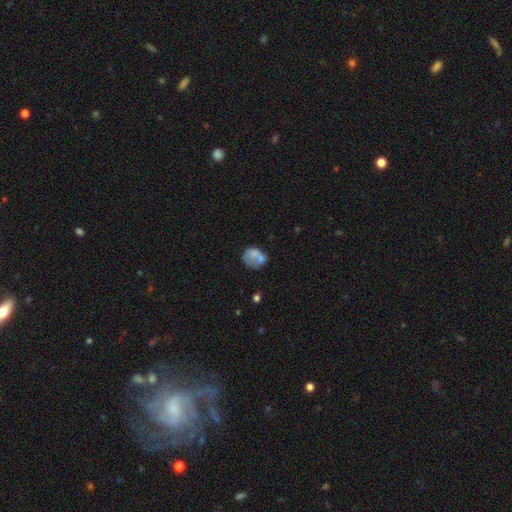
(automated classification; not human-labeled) Morphology: type=smooth (65%); roundness=round (64%); merging=none (37%).